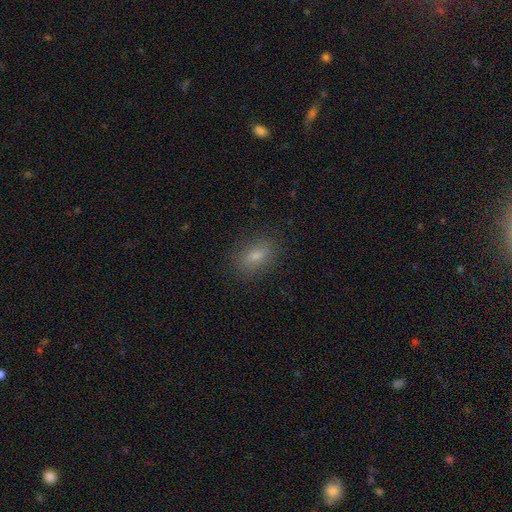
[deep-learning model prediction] Smooth or featured: smooth — 77% (star or artifact — 12%)
How rounded: in between — 79% (round — 16%)
Merging: none — 84% (minor disturbance — 11%)